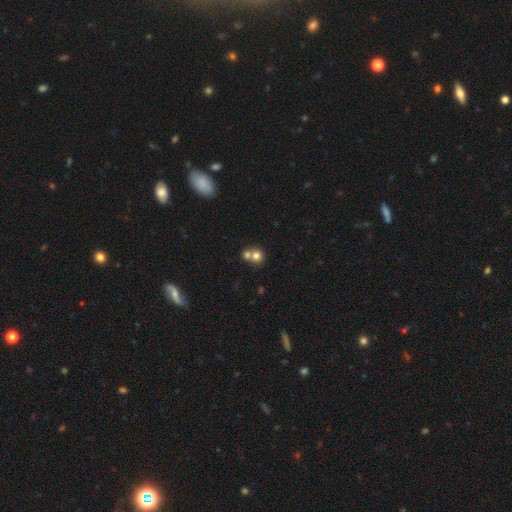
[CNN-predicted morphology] This is likely a smooth galaxy (75%). How rounded: clearly round (83%). Merging: possibly merger (54%).